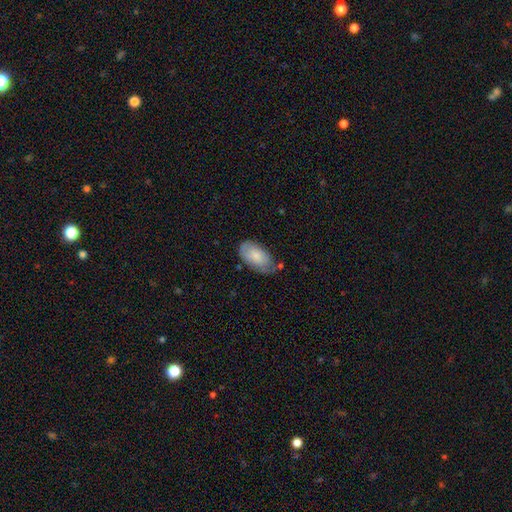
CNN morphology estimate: Overall: smooth (74%). How rounded: in between (94%). Merging: none (57%; minor disturbance 31%).